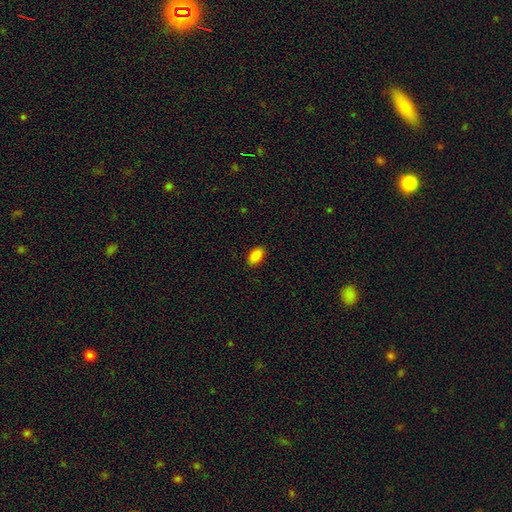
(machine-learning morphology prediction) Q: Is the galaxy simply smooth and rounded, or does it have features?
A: smooth — 87%.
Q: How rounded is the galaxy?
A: in between — 92%.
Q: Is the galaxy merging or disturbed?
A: none — 89%.